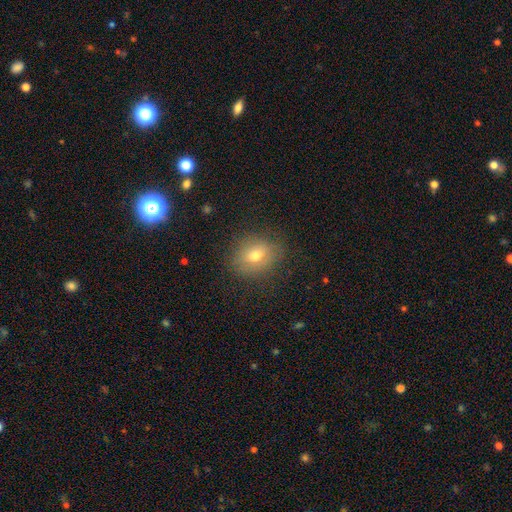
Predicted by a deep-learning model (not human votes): Q: Smooth or featured?
A: smooth (68%); runner-up: featured or disk (19%)
Q: How rounded?
A: round (55%); runner-up: in between (43%)
Q: Merging?
A: none (81%); runner-up: minor disturbance (13%)